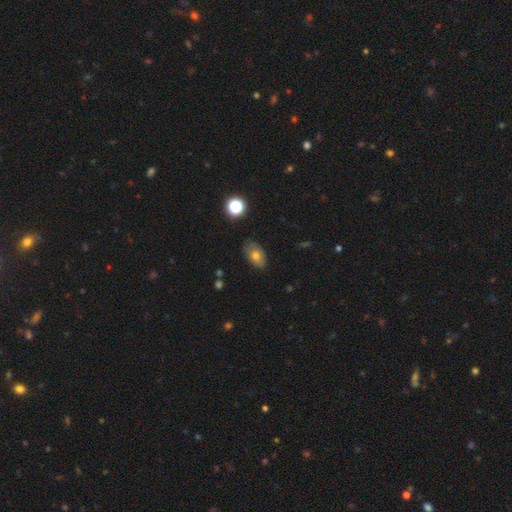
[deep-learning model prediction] smooth_or_featured: smooth (p=0.71) [alt: featured or disk p=0.18]
how_rounded: in between (p=0.87) [alt: round p=0.11]
merging: none (p=0.80) [alt: minor disturbance p=0.16]